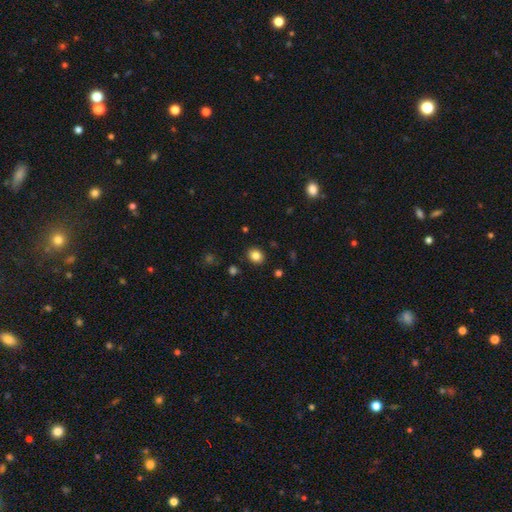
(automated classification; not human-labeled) smooth 84%, star or artifact 11%, featured or disk 6%. Down the decision tree: how rounded — round (61%); merging — none (89%).